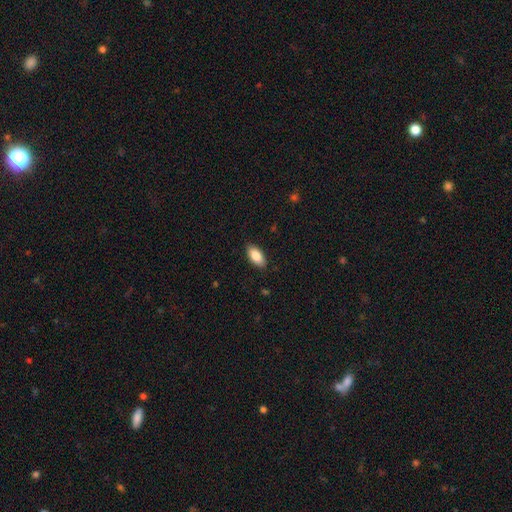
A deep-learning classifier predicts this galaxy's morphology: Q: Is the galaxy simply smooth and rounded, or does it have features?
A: smooth — 85%.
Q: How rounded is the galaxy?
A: in between — 90%.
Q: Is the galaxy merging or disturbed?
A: none — 87%.